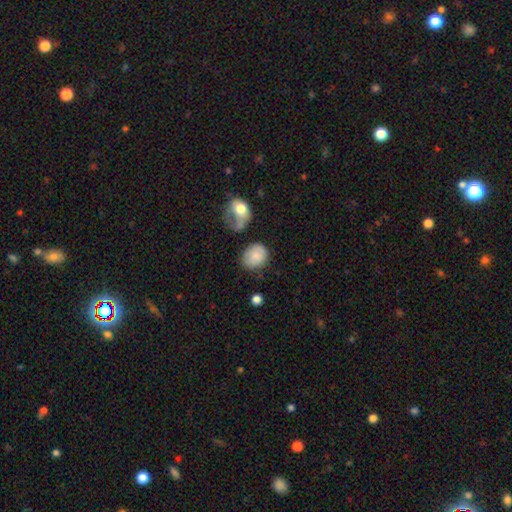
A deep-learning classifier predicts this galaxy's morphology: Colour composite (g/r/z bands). It shows a smooth galaxy with no disk features (82%) that is round (55%). Merging: none (63%).